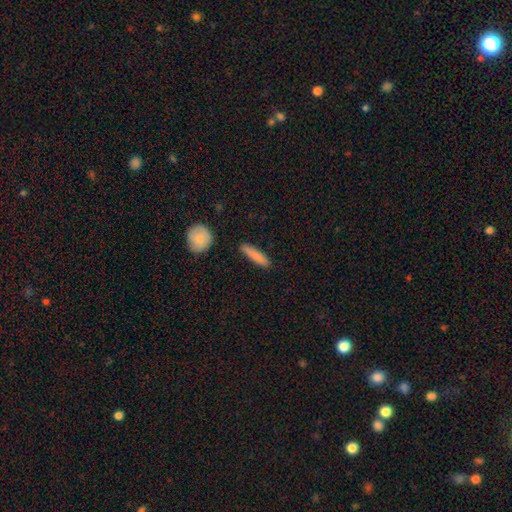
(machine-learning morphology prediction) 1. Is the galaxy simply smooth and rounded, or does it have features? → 82% smooth, 12% featured or disk, 6% star or artifact.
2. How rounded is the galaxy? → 86% cigar-shaped, 12% in between, 2% round.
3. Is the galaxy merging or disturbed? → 87% none, 9% minor disturbance, 2% merger, 2% major disturbance.